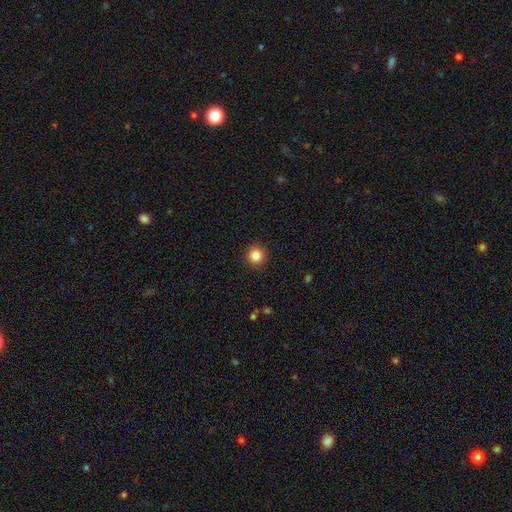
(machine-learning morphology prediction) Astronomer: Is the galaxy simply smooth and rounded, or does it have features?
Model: smooth — 85%.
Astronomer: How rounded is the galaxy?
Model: round — 95%.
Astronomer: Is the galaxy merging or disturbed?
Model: none — 92%.